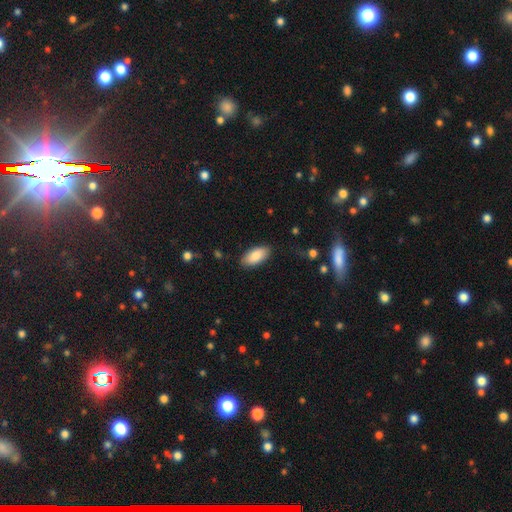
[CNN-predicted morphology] A smooth galaxy with no disk features (87%) that is in between round and cigar-shaped (92%).

Vote fractions:
- Smooth or featured? smooth: 87% / featured or disk: 7% / star or artifact: 6%
- How rounded? in between: 92% / cigar-shaped: 6% / round: 2%
- Merging? none: 86% / minor disturbance: 11% / major disturbance: 2% / merger: 1%